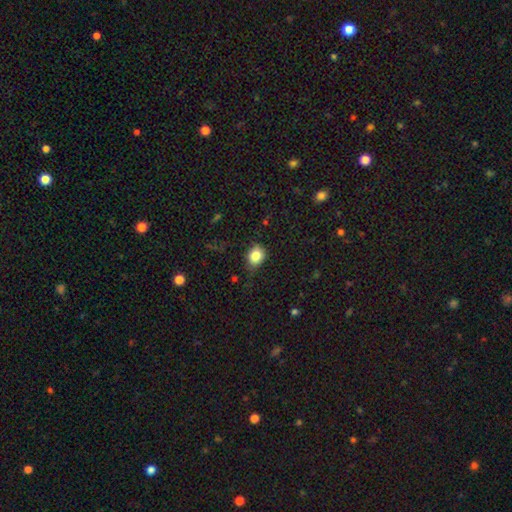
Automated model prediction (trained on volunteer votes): This is clearly a smooth galaxy (82%). How rounded: possibly round (55%). Merging: likely none (67%).